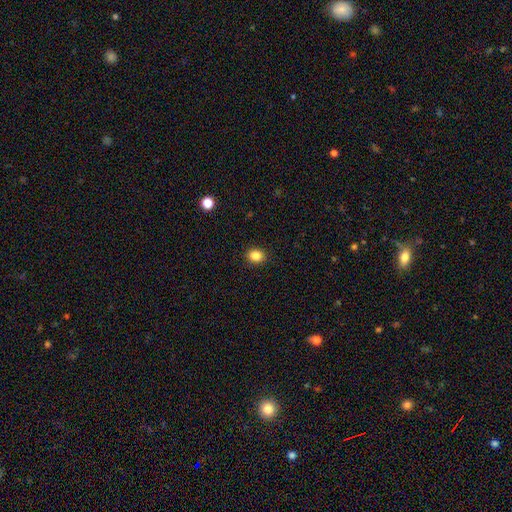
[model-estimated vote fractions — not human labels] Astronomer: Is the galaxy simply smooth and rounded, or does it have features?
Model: smooth — 85%.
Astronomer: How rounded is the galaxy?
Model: round — 59% (runner-up: in between, 40%).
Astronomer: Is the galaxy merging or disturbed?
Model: none — 91%.